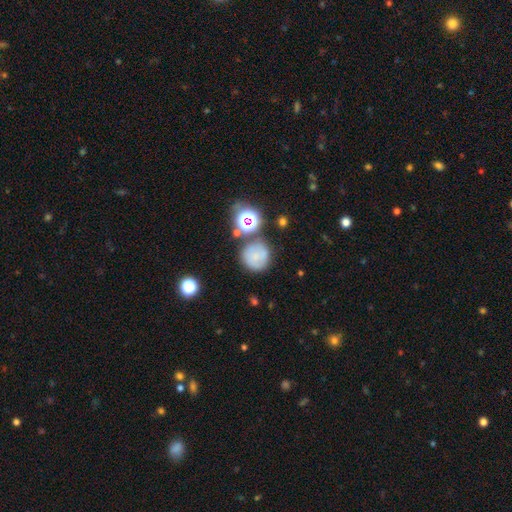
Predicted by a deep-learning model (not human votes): smooth 65%, featured or disk 20%, star or artifact 16%. Down the decision tree: how rounded — round (93%); merging — none (66%).